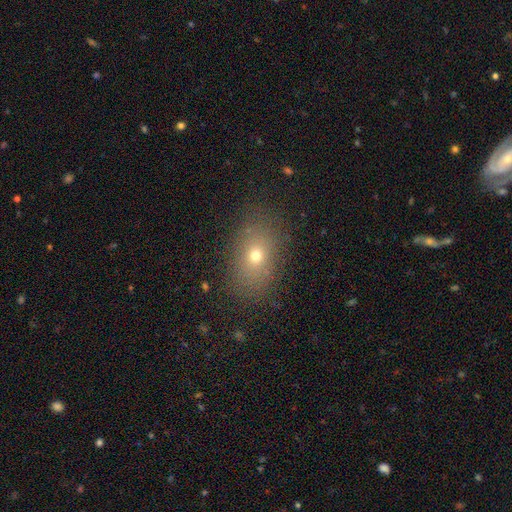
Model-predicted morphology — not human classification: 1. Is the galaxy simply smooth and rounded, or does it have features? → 68% smooth, 16% featured or disk, 16% star or artifact.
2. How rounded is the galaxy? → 76% in between, 22% round, 2% cigar-shaped.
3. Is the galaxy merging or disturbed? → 83% none, 11% minor disturbance, 5% major disturbance, 1% merger.